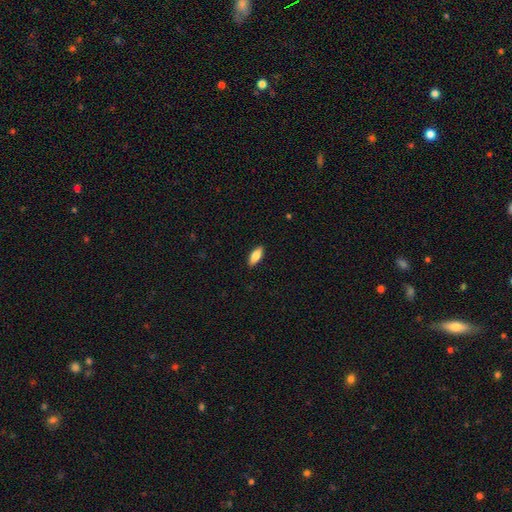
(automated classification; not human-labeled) This appears to be a smooth galaxy with no disk features (81%) that is in between round and cigar-shaped (80%). Merging: none (90%).